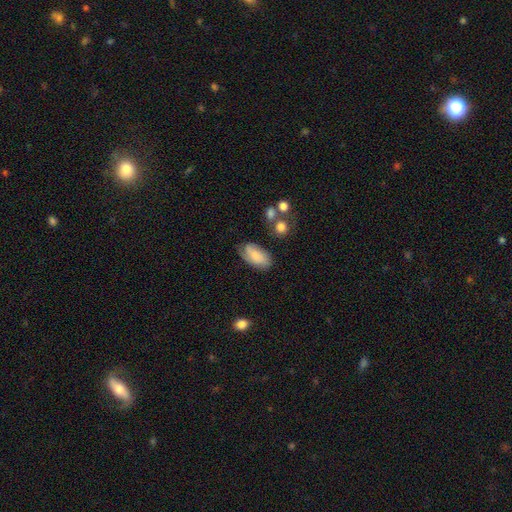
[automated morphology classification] A smooth galaxy with no disk features (70%) that is in between round and cigar-shaped (92%).

Vote fractions:
- Smooth or featured? smooth: 70% / featured or disk: 23% / star or artifact: 7%
- How rounded? in between: 92% / cigar-shaped: 5% / round: 4%
- Merging? none: 63% / minor disturbance: 26% / major disturbance: 9% / merger: 3%